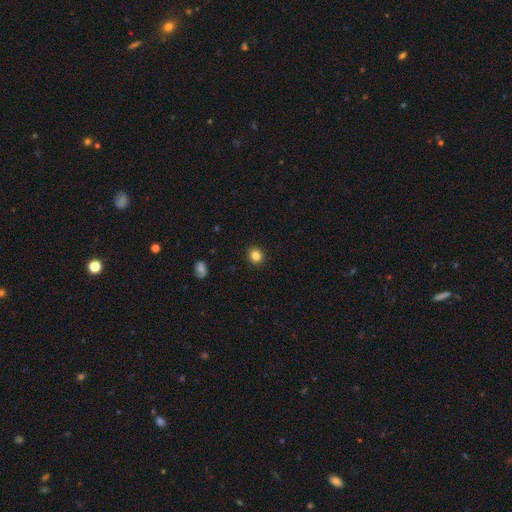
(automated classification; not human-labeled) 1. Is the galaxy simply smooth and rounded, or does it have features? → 83% smooth, 11% star or artifact, 5% featured or disk.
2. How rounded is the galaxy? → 86% round, 13% in between, 1% cigar-shaped.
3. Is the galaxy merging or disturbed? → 92% none, 5% minor disturbance, 2% major disturbance, 1% merger.